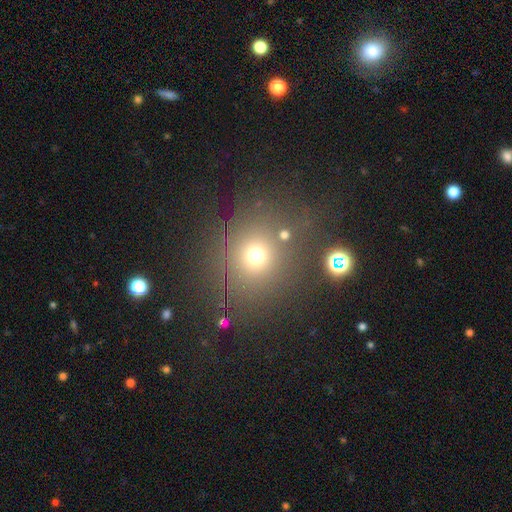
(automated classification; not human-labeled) Overall: smooth (67%). How rounded: round (84%). Merging: none (75%).